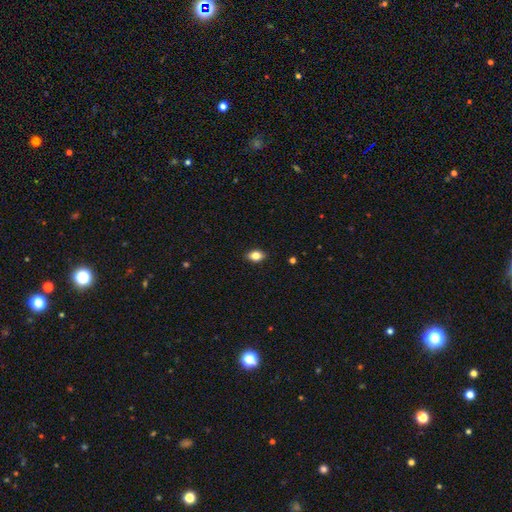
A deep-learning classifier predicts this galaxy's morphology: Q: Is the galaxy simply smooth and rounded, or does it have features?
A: smooth — 82%.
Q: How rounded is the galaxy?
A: in between — 81%.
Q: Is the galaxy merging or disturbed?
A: none — 88%.